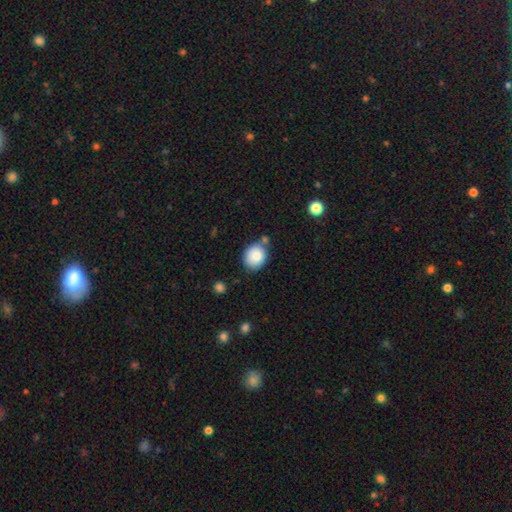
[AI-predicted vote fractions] Overall: smooth (85%). How rounded: round (66%; in between 33%). Merging: none (68%).